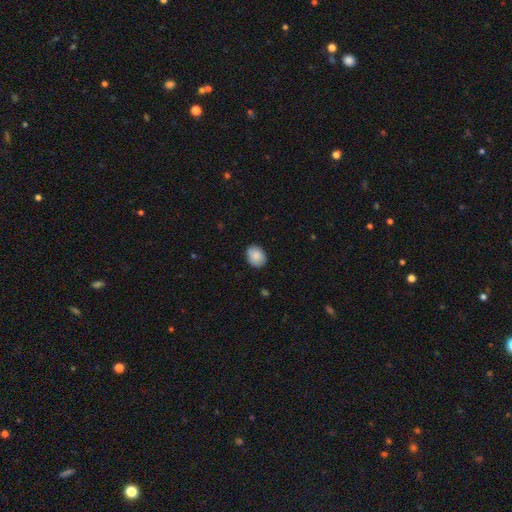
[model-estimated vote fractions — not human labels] Morphology: type=smooth (87%); roundness=in between (55%); merging=none (84%).